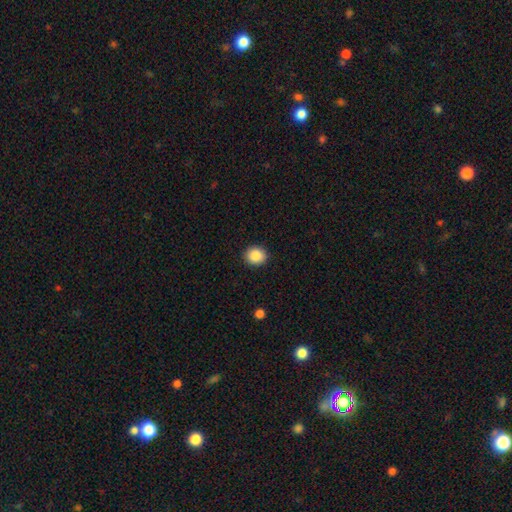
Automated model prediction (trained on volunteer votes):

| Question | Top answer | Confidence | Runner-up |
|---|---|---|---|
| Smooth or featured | smooth | 88% | star or artifact (9%) |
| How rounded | round | 75% | in between (24%) |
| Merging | none | 91% | minor disturbance (6%) |